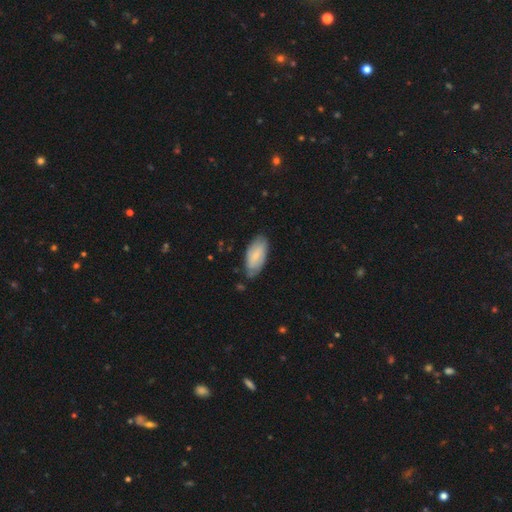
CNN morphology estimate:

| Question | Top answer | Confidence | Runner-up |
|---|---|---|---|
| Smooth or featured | smooth | 70% | featured or disk (24%) |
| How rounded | in between | 90% | cigar-shaped (9%) |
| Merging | none | 70% | minor disturbance (24%) |